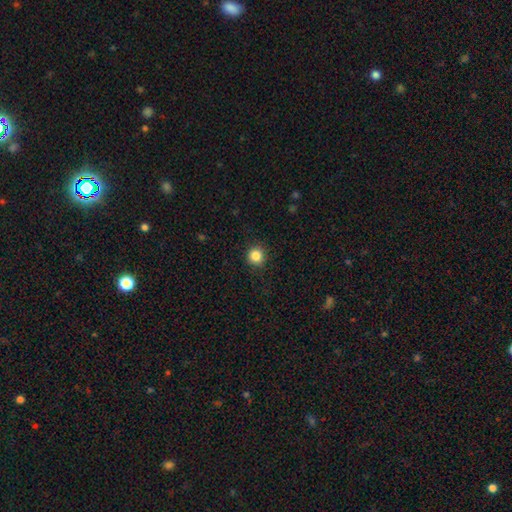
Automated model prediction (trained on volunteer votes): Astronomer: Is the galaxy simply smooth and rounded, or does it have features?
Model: smooth — 85%.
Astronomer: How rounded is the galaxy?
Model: round — 92%.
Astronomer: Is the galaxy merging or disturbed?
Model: none — 90%.